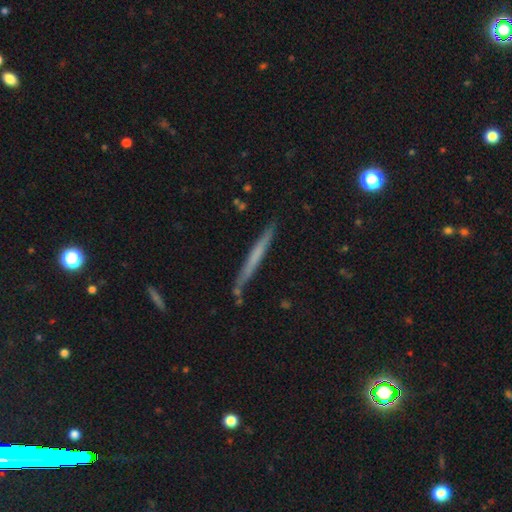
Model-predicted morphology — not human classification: Smooth or featured? smooth (48%)
Merging? none (85%)